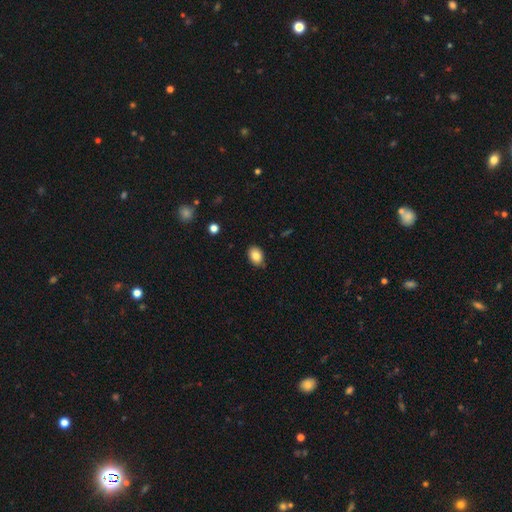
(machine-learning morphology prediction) A smooth galaxy with no disk features (85%) that is in between round and cigar-shaped (74%).

Vote fractions:
- Smooth or featured? smooth: 85% / star or artifact: 9% / featured or disk: 6%
- How rounded? in between: 74% / round: 25% / cigar-shaped: 1%
- Merging? none: 83% / minor disturbance: 14% / major disturbance: 2% / merger: 1%